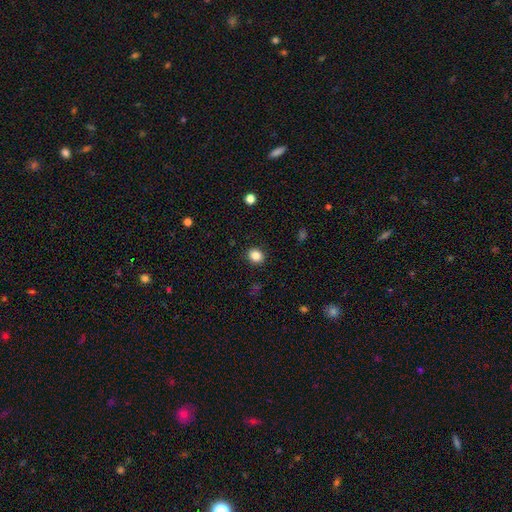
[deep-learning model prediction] smooth_or_featured: smooth (p=0.85) [alt: star or artifact p=0.11]
how_rounded: round (p=0.72) [alt: in between p=0.27]
merging: none (p=0.90) [alt: minor disturbance p=0.07]